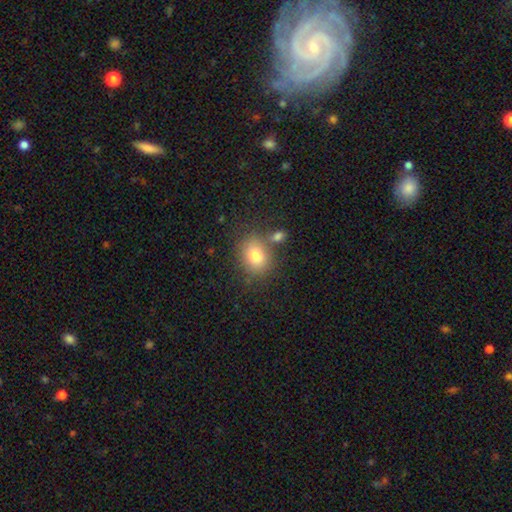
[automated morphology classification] A smooth galaxy with no disk features (78%) that is round (52%).

Vote fractions:
- Smooth or featured? smooth: 78% / featured or disk: 11% / star or artifact: 11%
- How rounded? round: 52% / in between: 47% / cigar-shaped: 1%
- Merging? none: 70% / minor disturbance: 13% / merger: 12% / major disturbance: 5%